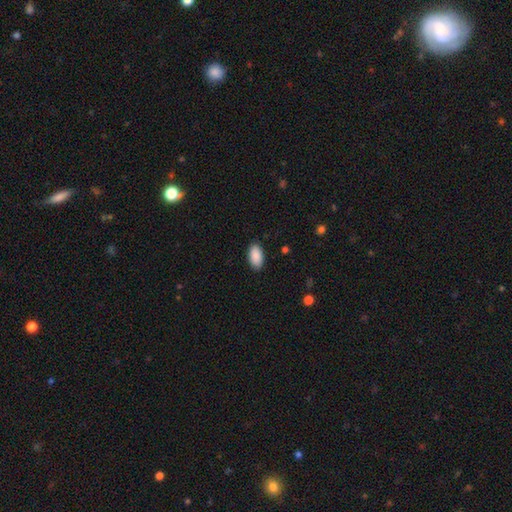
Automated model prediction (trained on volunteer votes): Q: Smooth or featured?
A: smooth (90%); runner-up: star or artifact (6%)
Q: How rounded?
A: in between (95%); runner-up: round (3%)
Q: Merging?
A: none (88%); runner-up: minor disturbance (9%)